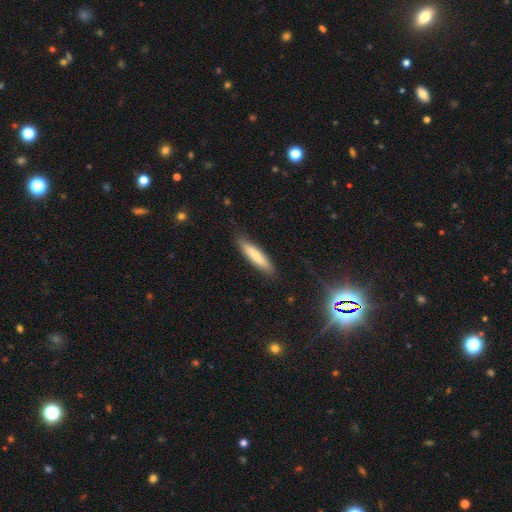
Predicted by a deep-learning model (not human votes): A smooth galaxy with no disk features (70%) that is cigar-shaped (79%). Merging: none (83%).